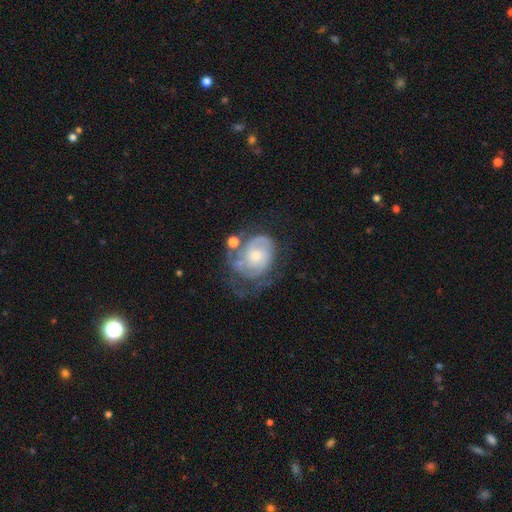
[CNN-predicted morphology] The model was most divided on "bulge size" (2-way tie): small: 45%, moderate: 45%, large: 4%, none: 4%, dominant: 1%. Remaining: edge-on disk — no (97%); spiral arms — yes (84%); smooth or featured — featured or disk (74%); bar — no (74%); spiral winding — tight (57%); merging — none (42%); spiral arm count — can't tell (36%).